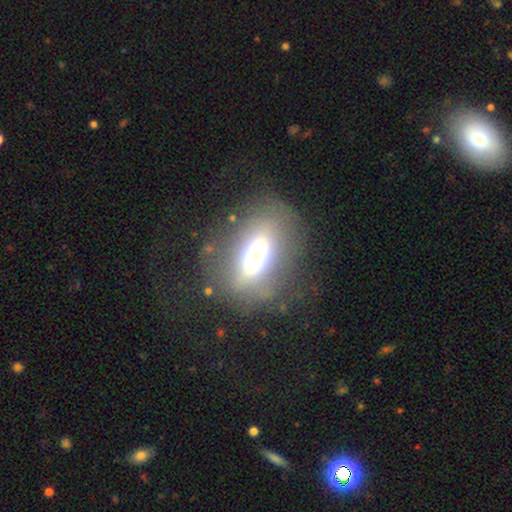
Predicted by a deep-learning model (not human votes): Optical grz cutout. It shows a smooth galaxy with no disk features (47%). Merging: none (70%).